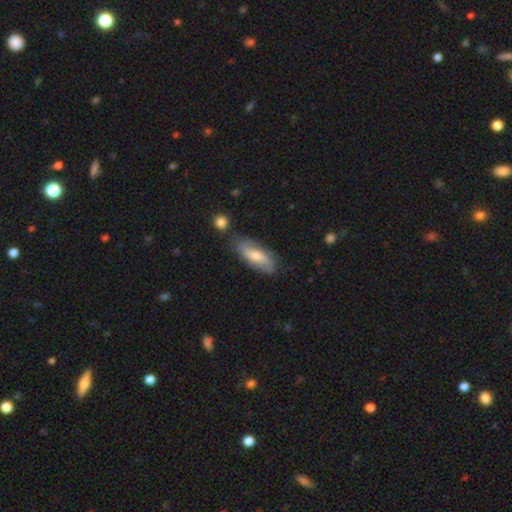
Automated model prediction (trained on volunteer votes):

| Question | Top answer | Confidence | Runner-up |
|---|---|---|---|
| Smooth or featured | featured or disk | 48% | smooth (46%) |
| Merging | none | 75% | minor disturbance (17%) |